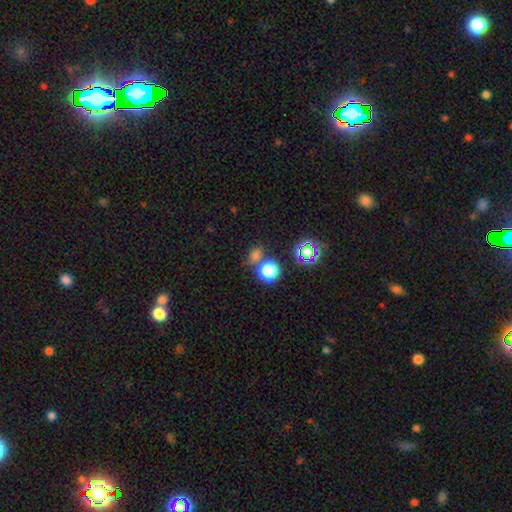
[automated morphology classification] This is likely a smooth galaxy (64%). How rounded: likely round (66%). Merging: likely none (64%).